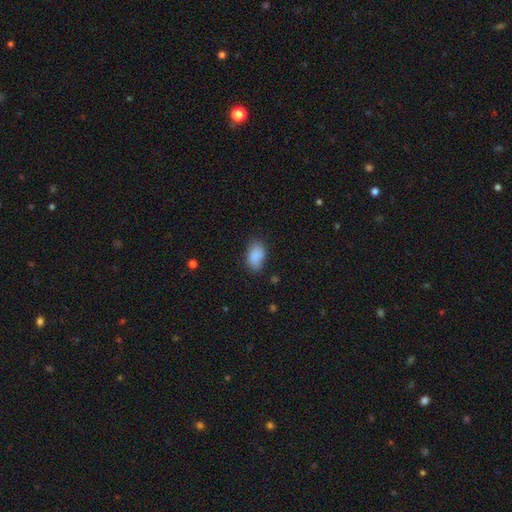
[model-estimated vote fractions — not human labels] Q: Smooth or featured?
A: smooth (87%); runner-up: star or artifact (8%)
Q: How rounded?
A: in between (89%); runner-up: round (9%)
Q: Merging?
A: none (71%); runner-up: minor disturbance (22%)